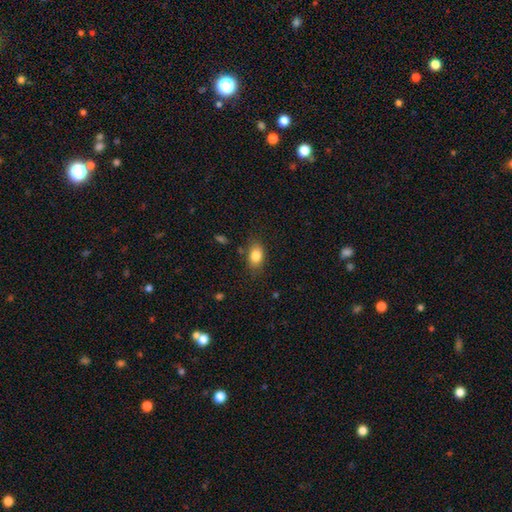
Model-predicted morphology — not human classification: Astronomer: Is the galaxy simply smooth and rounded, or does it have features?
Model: smooth — 83%.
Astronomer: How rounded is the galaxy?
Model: in between — 82%.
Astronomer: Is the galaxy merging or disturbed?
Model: none — 78%.